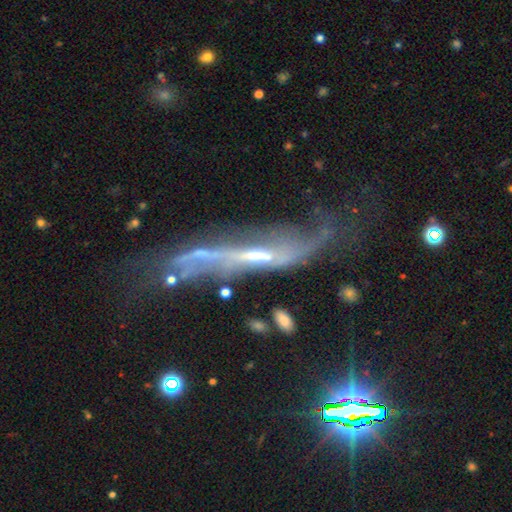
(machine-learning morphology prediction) A featured or disk galaxy (77%). Merging: none (44%).